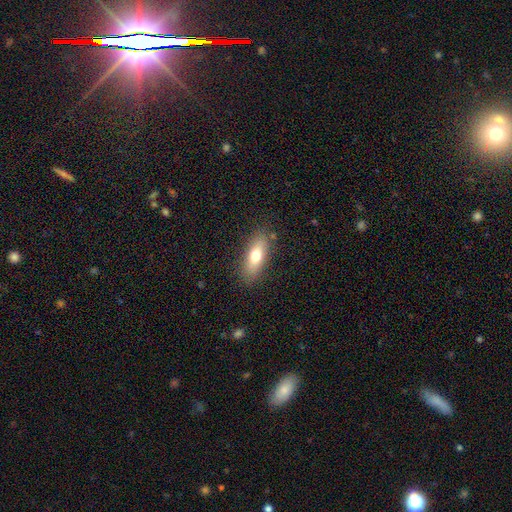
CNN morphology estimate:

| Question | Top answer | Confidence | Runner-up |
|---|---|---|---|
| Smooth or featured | smooth | 71% | featured or disk (21%) |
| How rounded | in between | 65% | cigar-shaped (31%) |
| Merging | none | 84% | minor disturbance (11%) |